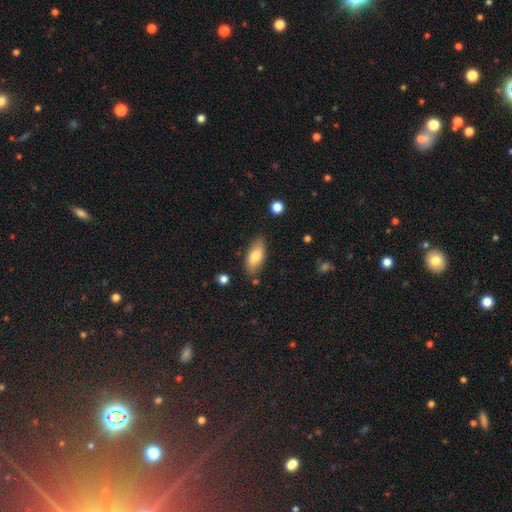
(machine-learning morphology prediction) Overall: smooth (77%). How rounded: in between (86%). Merging: none (81%).